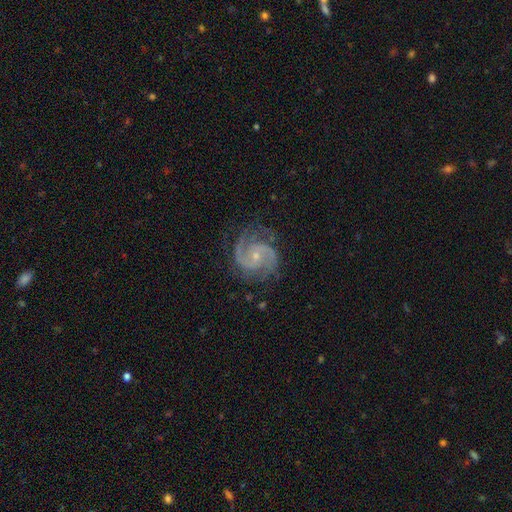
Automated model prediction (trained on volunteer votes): Morphology: type=featured or disk (92%); edge-on=no (98%); bar=no (62%); spiral arms=yes (98%); winding=medium (56%); arm count=2 (82%); bulge=small (72%); merging=none (76%).